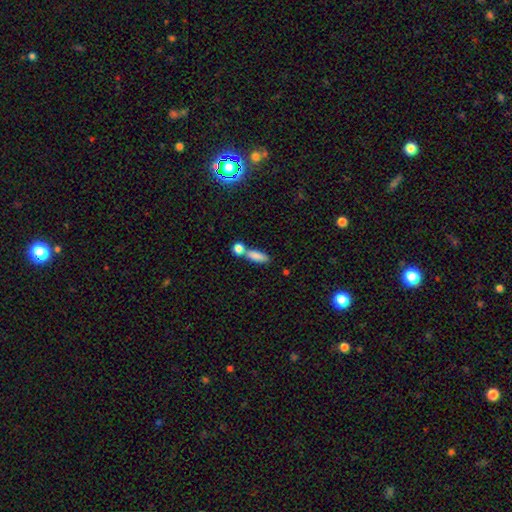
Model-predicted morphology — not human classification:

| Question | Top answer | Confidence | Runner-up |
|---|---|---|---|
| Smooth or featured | smooth | 83% | featured or disk (9%) |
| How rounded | in between | 63% | cigar-shaped (31%) |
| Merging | none | 49% | merger (36%) |